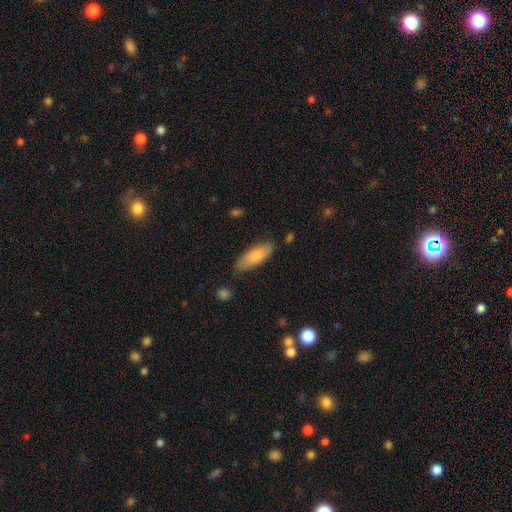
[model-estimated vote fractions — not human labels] A smooth galaxy with no disk features (79%) that is in between round and cigar-shaped (74%). Merging: none (74%).